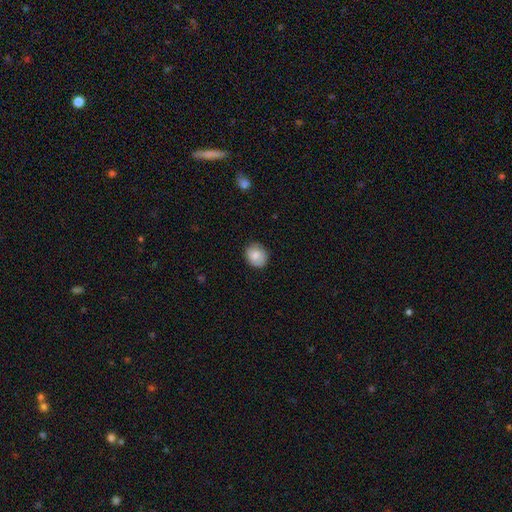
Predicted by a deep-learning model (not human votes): Smooth or featured: smooth — 81% (featured or disk — 11%)
How rounded: round — 69% (in between — 30%)
Merging: none — 83% (minor disturbance — 14%)